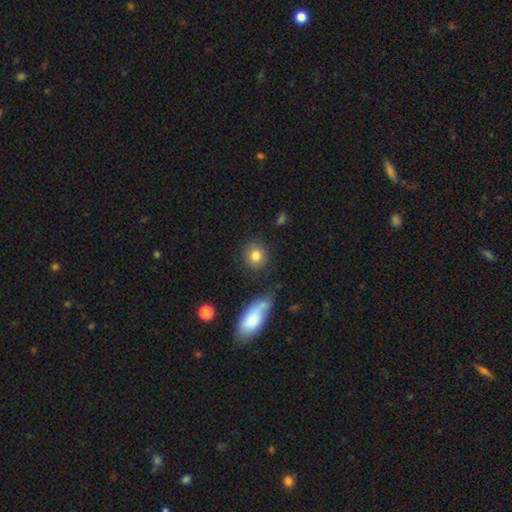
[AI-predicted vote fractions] smooth 81%, featured or disk 10%, star or artifact 9%. Down the decision tree: how rounded — round (83%); merging — none (81%).